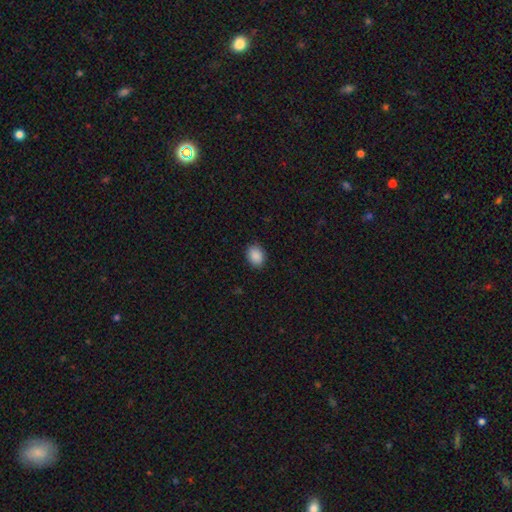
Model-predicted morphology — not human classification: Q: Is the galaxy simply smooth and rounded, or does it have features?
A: smooth — 89%.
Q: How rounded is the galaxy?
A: in between — 57%.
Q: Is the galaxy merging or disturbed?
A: none — 88%.